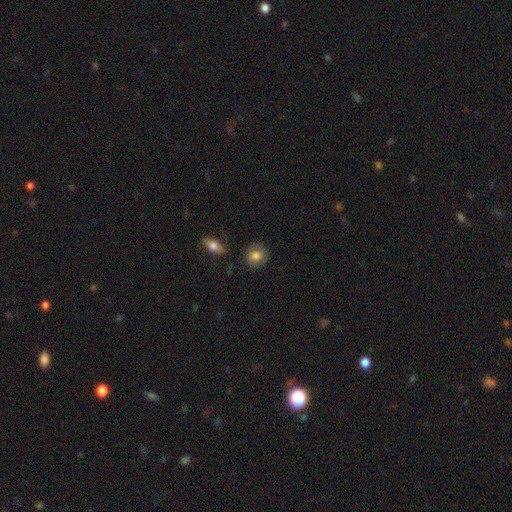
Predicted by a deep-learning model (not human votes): smooth 82%, featured or disk 10%, star or artifact 8%. Down the decision tree: how rounded — round (83%); merging — none (85%).